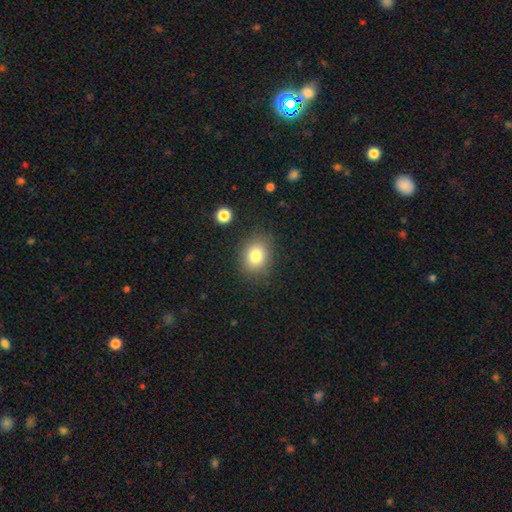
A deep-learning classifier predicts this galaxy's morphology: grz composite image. It shows a smooth galaxy with no disk features (80%) that is round (58%). Merging: none (84%).